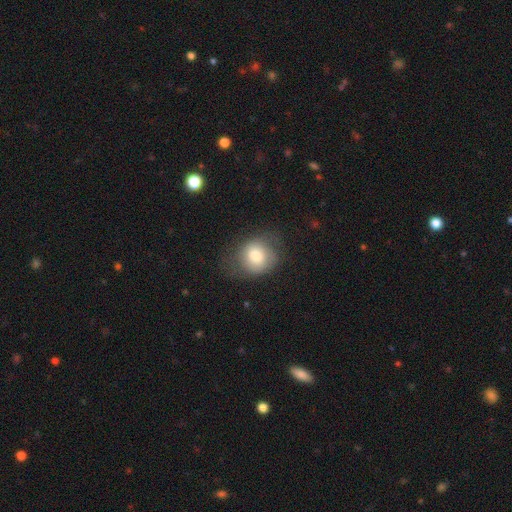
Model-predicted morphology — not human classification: Overall: smooth (75%). How rounded: round (64%; in between 35%). Merging: none (58%; minor disturbance 26%).